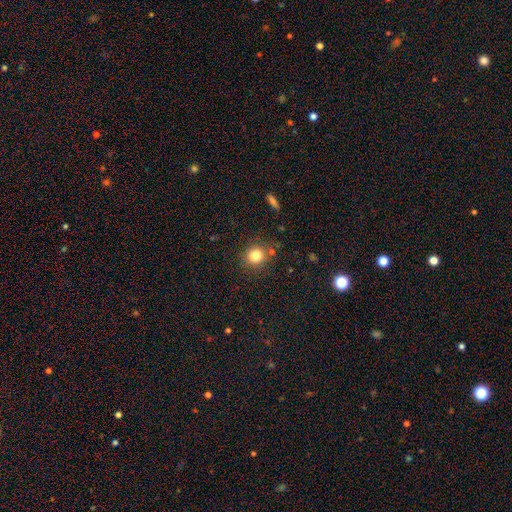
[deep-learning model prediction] Smooth or featured? smooth (82%)
How rounded? round (85%)
Merging? none (83%)